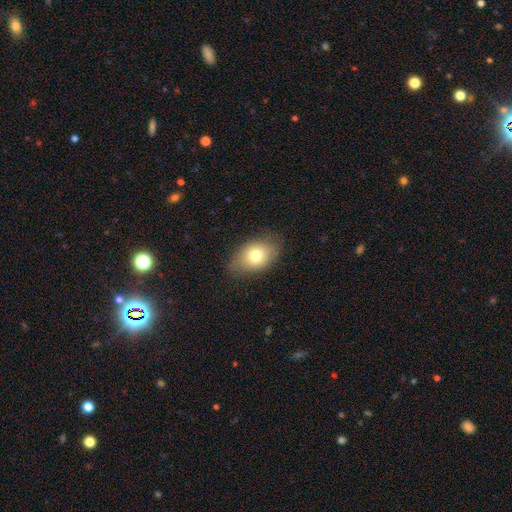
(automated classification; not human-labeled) Smooth or featured?
  - smooth: 76% *
  - featured or disk: 15%
  - star or artifact: 9%
How rounded?
  - in between: 81% *
  - round: 18%
  - cigar-shaped: 1%
Merging?
  - none: 77% *
  - minor disturbance: 18%
  - major disturbance: 5%
  - merger: 1%